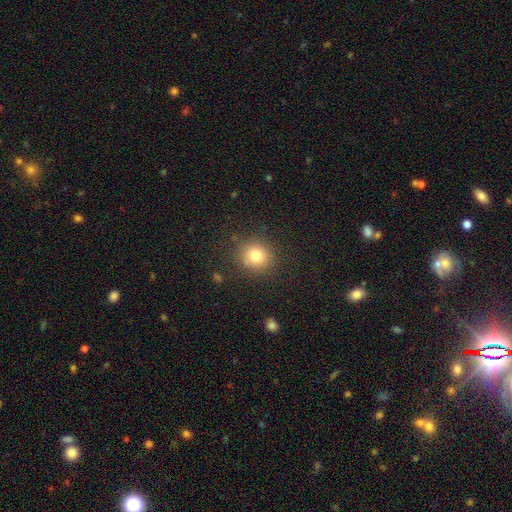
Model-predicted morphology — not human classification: Overall: smooth (79%). How rounded: round (84%). Merging: none (87%).